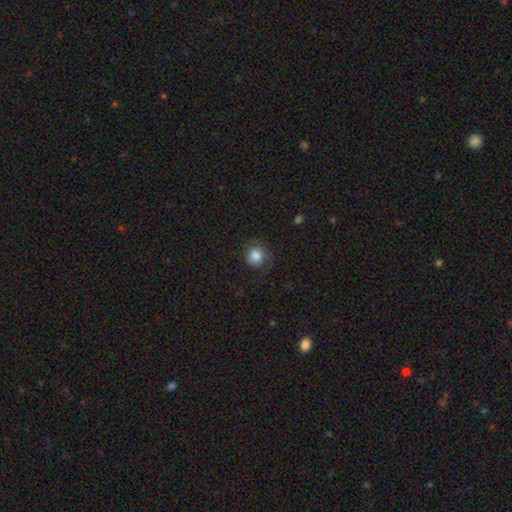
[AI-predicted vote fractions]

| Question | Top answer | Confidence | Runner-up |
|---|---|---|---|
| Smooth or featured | smooth | 78% | featured or disk (14%) |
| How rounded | round | 89% | in between (11%) |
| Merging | none | 70% | minor disturbance (18%) |